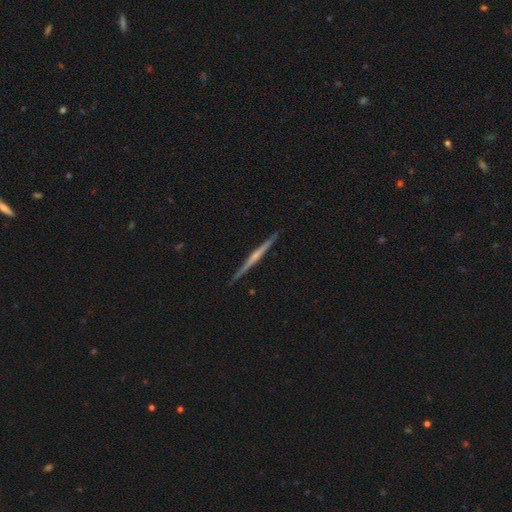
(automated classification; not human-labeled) Smooth or featured: featured or disk — 72% (smooth — 23%)
Edge-on disk: yes — 98% (no — 2%)
Edge-on bulge: none — 47% (rounded — 43%)
Merging: none — 91% (minor disturbance — 7%)